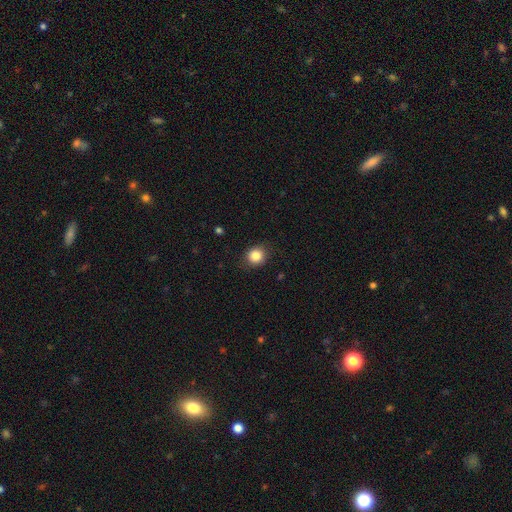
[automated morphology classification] smooth-or-featured: smooth: 85% | star or artifact: 10% | featured or disk: 5%
  how-rounded: round: 81% | in between: 18% | cigar-shaped: 1%
  merging: none: 85% | minor disturbance: 11% | major disturbance: 3% | merger: 1%